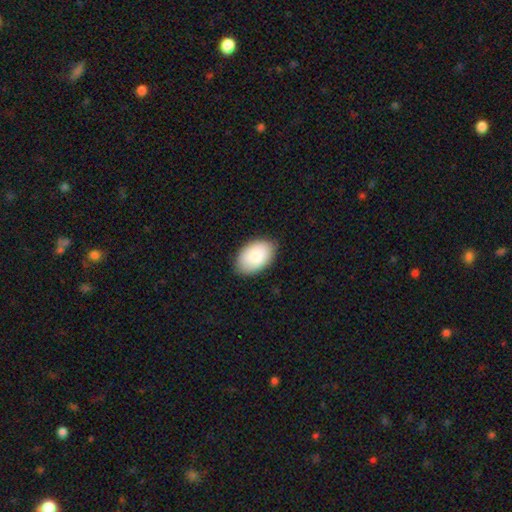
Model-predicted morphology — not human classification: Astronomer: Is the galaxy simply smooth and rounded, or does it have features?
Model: smooth — 86%.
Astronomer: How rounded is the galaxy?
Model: in between — 92%.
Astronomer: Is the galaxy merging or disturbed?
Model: none — 84%.